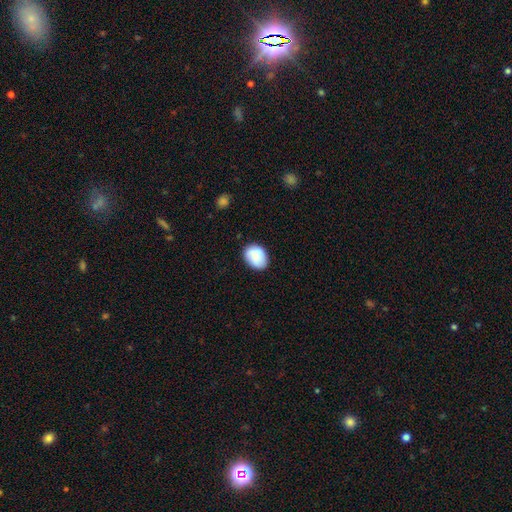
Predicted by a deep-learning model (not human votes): Q: Smooth or featured?
A: smooth (81%); runner-up: featured or disk (12%)
Q: How rounded?
A: in between (64%); runner-up: round (35%)
Q: Merging?
A: none (79%); runner-up: minor disturbance (17%)